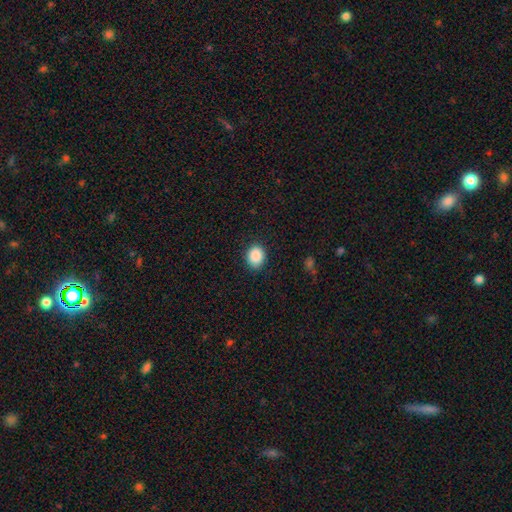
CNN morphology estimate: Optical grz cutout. It shows a smooth galaxy with no disk features (89%) that is round (58%). Merging: none (88%).